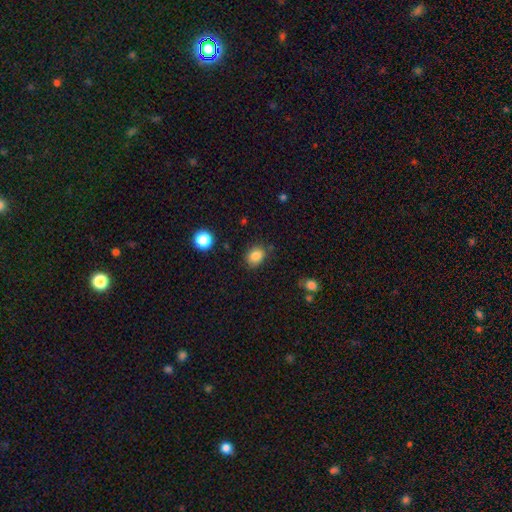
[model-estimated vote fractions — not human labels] smooth_or_featured: smooth (p=0.85) [alt: star or artifact p=0.10]
how_rounded: in between (p=0.60) [alt: round p=0.39]
merging: none (p=0.78) [alt: minor disturbance p=0.16]